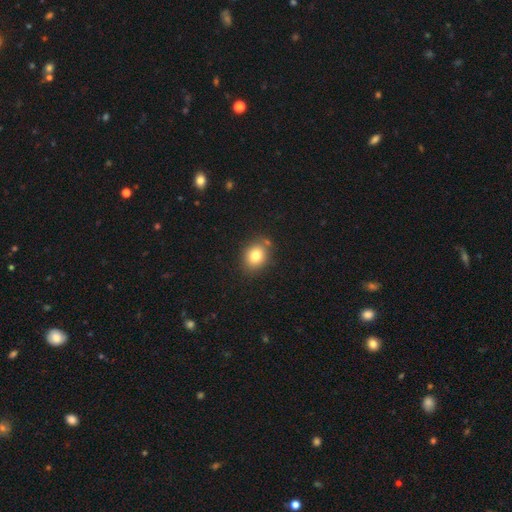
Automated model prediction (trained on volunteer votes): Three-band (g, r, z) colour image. It shows a smooth galaxy with no disk features (79%) that is round (50%). Merging: none (76%).